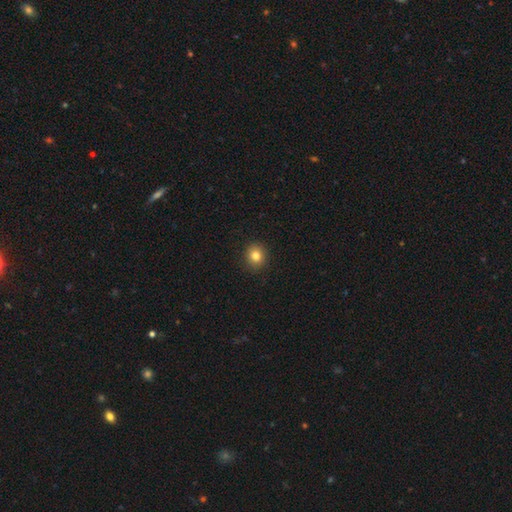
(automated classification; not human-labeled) Smooth or featured: smooth — 82% (star or artifact — 12%)
How rounded: round — 84% (in between — 16%)
Merging: none — 92% (minor disturbance — 6%)